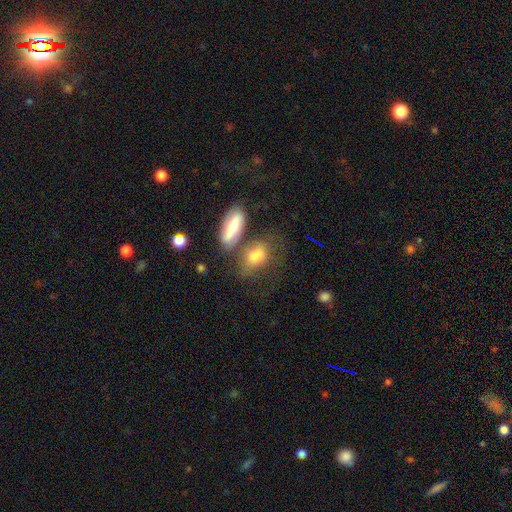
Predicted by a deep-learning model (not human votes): Smooth or featured? Predicted: smooth (p=0.73). How rounded? Predicted: in between (p=0.77). Merging? Predicted: none (p=0.45).